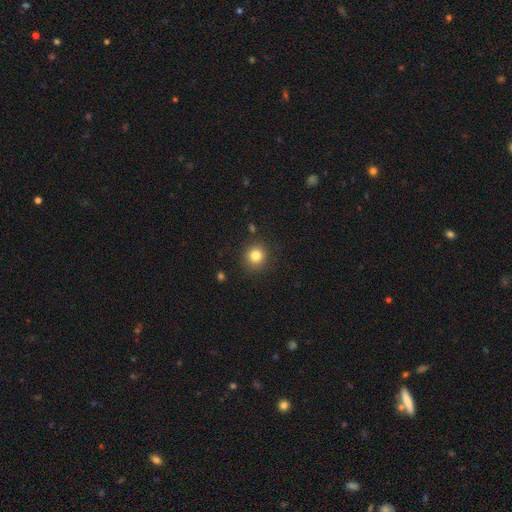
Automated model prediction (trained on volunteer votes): Smooth or featured? Predicted: smooth (p=0.82). How rounded? Predicted: round (p=0.92). Merging? Predicted: none (p=0.89).